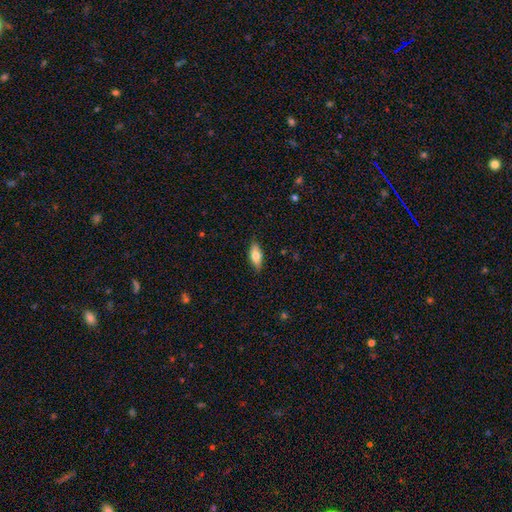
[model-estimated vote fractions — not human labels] A smooth galaxy with no disk features (71%) that is in between round and cigar-shaped (73%). Merging: none (84%).